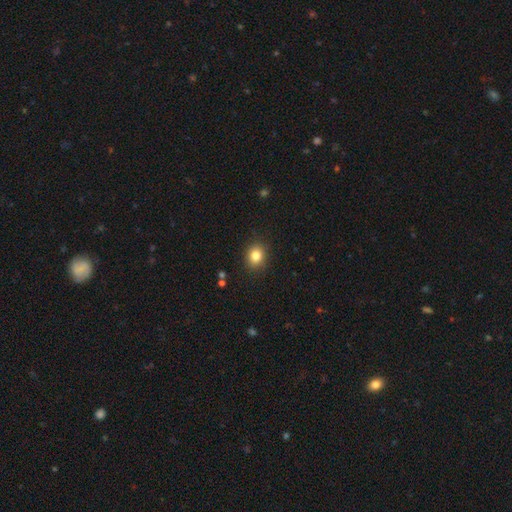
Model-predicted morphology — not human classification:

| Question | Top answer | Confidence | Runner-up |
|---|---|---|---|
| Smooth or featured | smooth | 83% | star or artifact (11%) |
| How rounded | round | 64% | in between (35%) |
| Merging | none | 89% | minor disturbance (8%) |